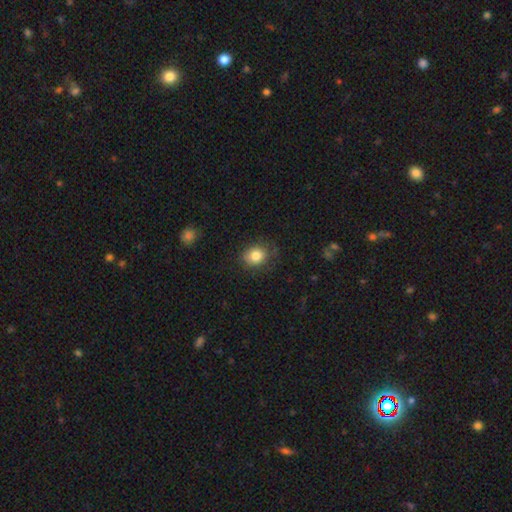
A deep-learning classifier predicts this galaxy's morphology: Overall: smooth (82%). How rounded: round (58%; in between 41%). Merging: none (77%).